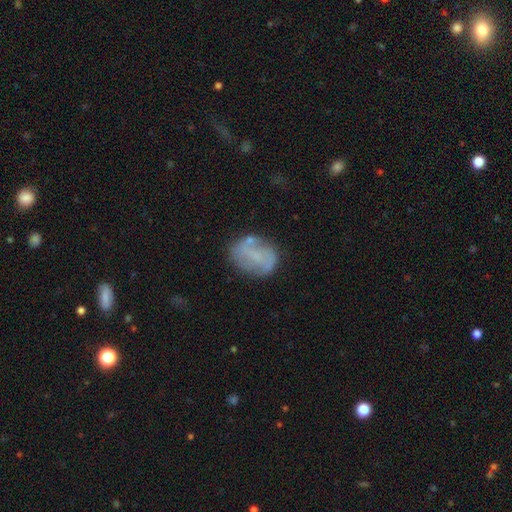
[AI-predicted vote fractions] featured or disk 46%, smooth 45%, star or artifact 9%. Down the decision tree: merging — none (64%).